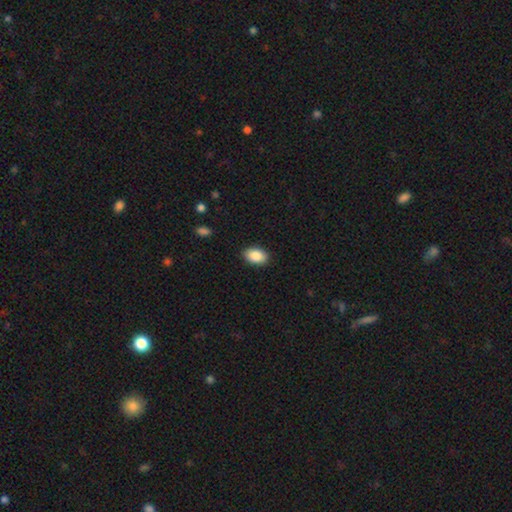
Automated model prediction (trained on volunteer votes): The model was most divided on "merging": none: 89%, minor disturbance: 8%, major disturbance: 2%, merger: 1%. More confident: how rounded — in between (91%); smooth or featured — smooth (88%).